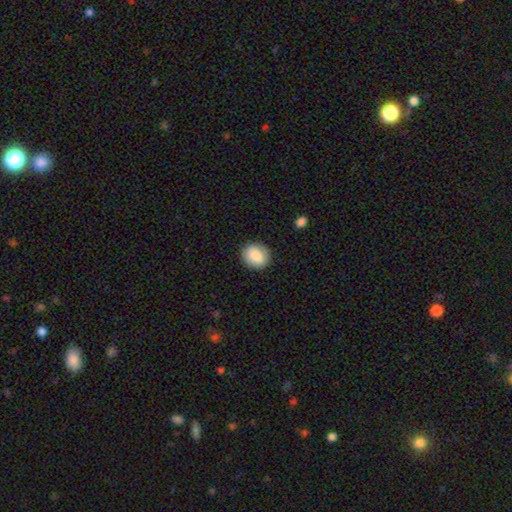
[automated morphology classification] type=smooth (86%); roundness=round (65%); merging=none (89%).